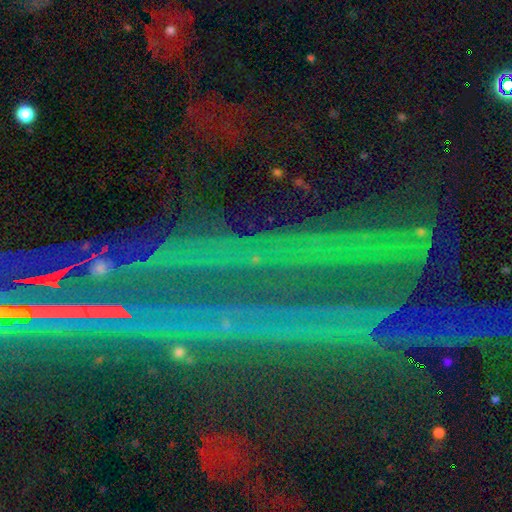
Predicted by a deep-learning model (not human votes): Smooth or featured? Predicted: star or artifact (p=0.84).